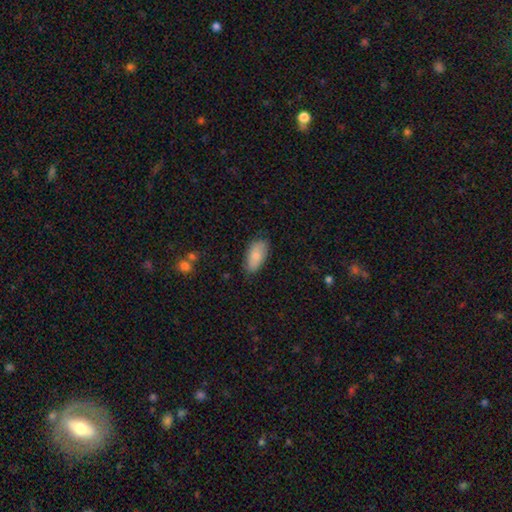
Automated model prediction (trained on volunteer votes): smooth_or_featured: smooth (p=0.83) [alt: featured or disk p=0.11]
how_rounded: in between (p=0.91) [alt: cigar-shaped p=0.07]
merging: none (p=0.79) [alt: minor disturbance p=0.16]